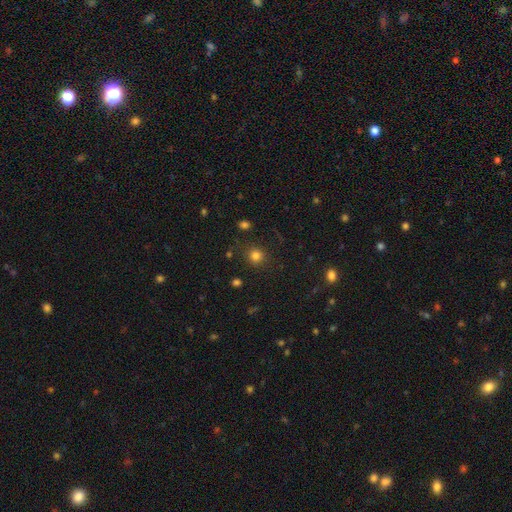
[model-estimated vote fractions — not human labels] A smooth galaxy with no disk features (80%) that is round (89%). Merging: none (85%).